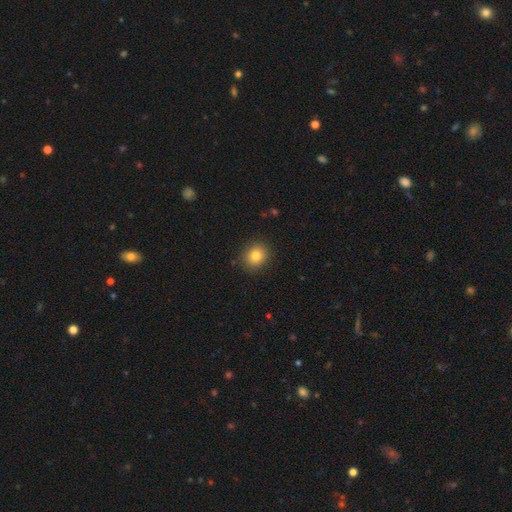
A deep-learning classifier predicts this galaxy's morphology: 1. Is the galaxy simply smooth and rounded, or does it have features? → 82% smooth, 11% star or artifact, 7% featured or disk.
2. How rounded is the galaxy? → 75% round, 24% in between, 1% cigar-shaped.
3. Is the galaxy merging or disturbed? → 88% none, 8% minor disturbance, 2% major disturbance, 1% merger.